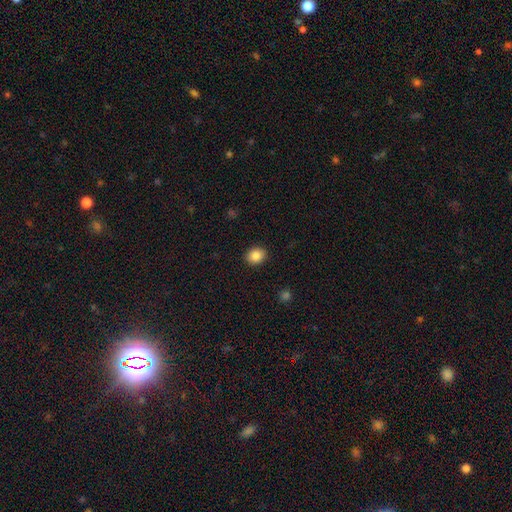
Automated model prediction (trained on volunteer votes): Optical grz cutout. It shows a smooth galaxy with no disk features (86%) that is round (62%). Merging: none (91%).